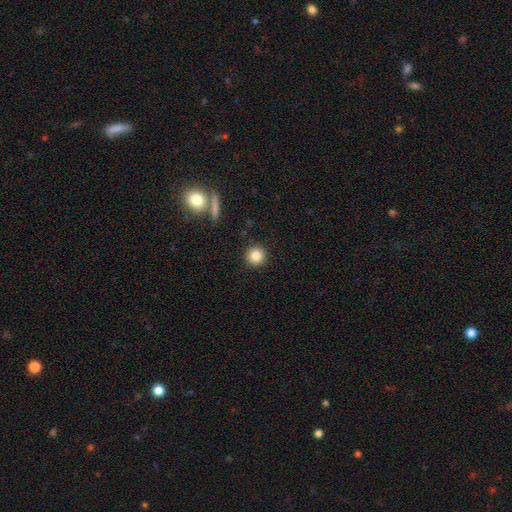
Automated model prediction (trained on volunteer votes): Smooth or featured? Predicted: smooth (p=0.84). How rounded? Predicted: round (p=0.94). Merging? Predicted: none (p=0.91).